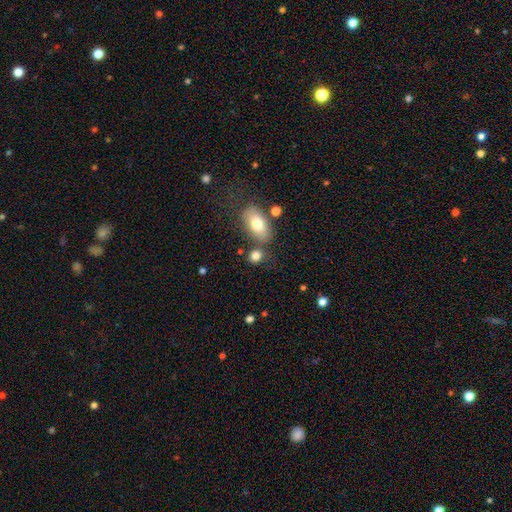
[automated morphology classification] Smooth or featured?
  - smooth: 81% *
  - featured or disk: 10%
  - star or artifact: 9%
How rounded?
  - in between: 49% *
  - round: 48%
  - cigar-shaped: 3%
Merging?
  - none: 67% *
  - merger: 14%
  - minor disturbance: 13%
  - major disturbance: 5%